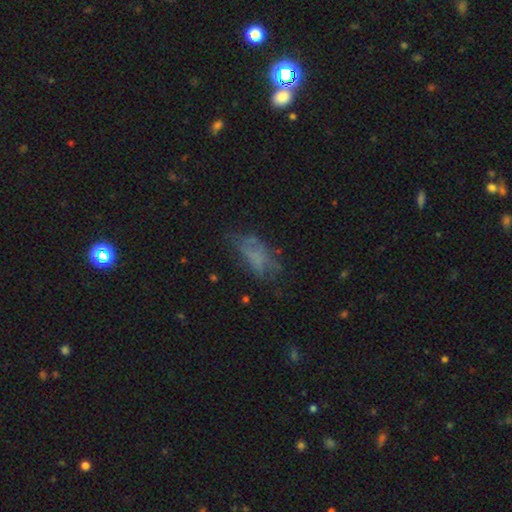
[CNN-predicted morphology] Smooth or featured? Predicted: smooth (p=0.51). How rounded? Predicted: in between (p=0.81). Merging? Predicted: none (p=0.43).